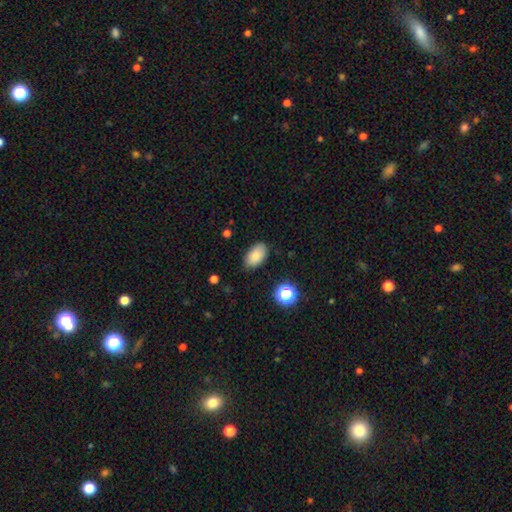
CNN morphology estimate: smooth-or-featured: smooth: 84% | star or artifact: 9% | featured or disk: 7%
  how-rounded: in between: 92% | round: 7% | cigar-shaped: 1%
  merging: none: 83% | minor disturbance: 12% | major disturbance: 3% | merger: 1%